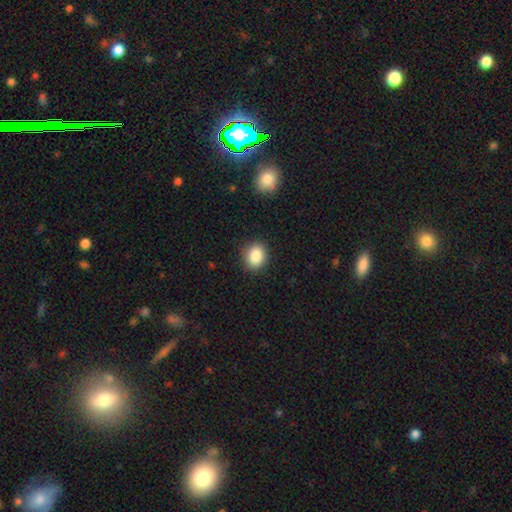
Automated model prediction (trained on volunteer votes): Smooth or featured? smooth (86%)
How rounded? round (55%)
Merging? none (88%)